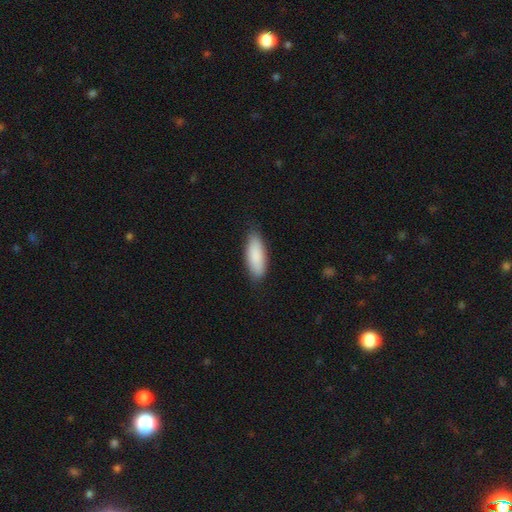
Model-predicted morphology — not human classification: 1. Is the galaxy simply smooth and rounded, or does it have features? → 88% smooth, 7% featured or disk, 6% star or artifact.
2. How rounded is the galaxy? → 68% in between, 31% cigar-shaped, 2% round.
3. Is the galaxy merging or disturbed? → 83% none, 14% minor disturbance, 2% major disturbance, 1% merger.